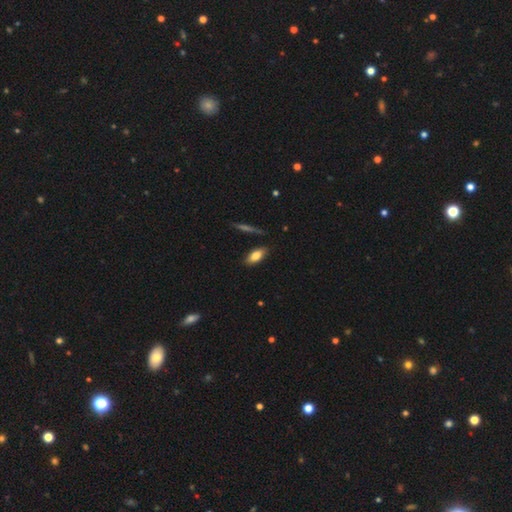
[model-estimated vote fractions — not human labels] This appears to be a smooth galaxy with no disk features (81%) that is in between round and cigar-shaped (83%). Merging: none (84%).